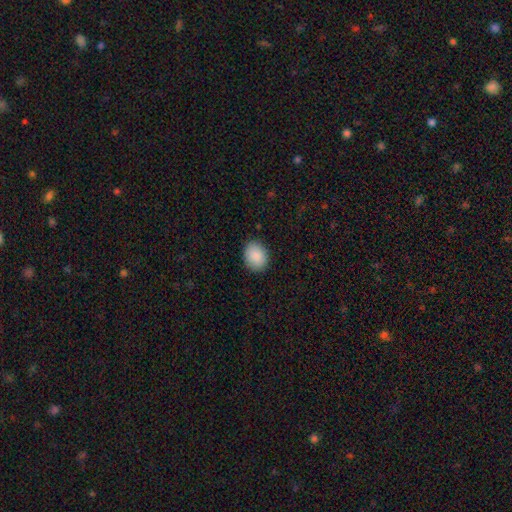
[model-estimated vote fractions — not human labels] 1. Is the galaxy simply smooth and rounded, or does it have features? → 89% smooth, 7% star or artifact, 4% featured or disk.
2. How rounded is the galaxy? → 54% round, 46% in between, 1% cigar-shaped.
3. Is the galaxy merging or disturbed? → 87% none, 10% minor disturbance, 2% major disturbance, 1% merger.